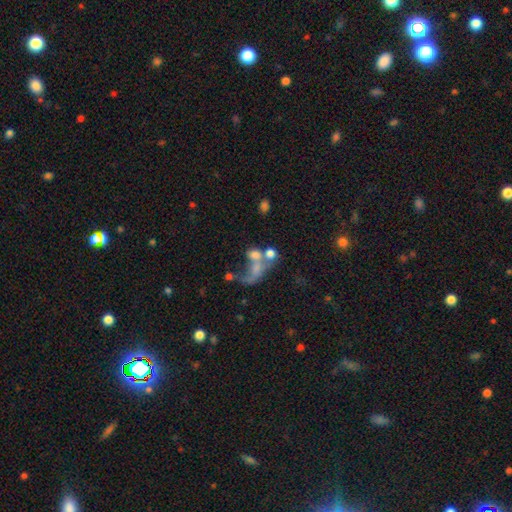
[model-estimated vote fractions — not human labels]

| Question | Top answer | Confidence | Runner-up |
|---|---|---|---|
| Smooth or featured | smooth | 49% | featured or disk (34%) |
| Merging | merger | 52% | major disturbance (24%) |